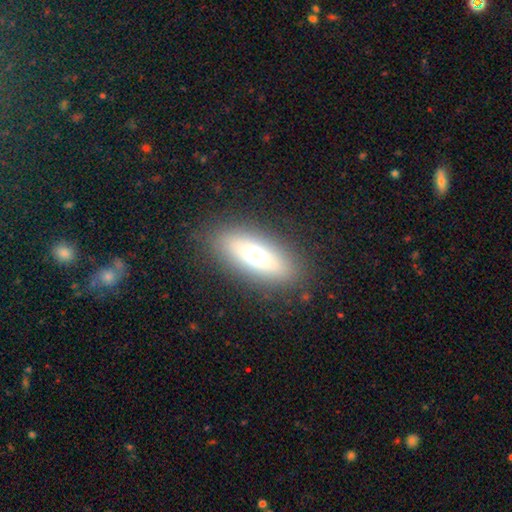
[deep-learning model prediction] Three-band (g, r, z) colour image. It shows a smooth galaxy with no disk features (65%) that is in between round and cigar-shaped (66%). Merging: none (87%).